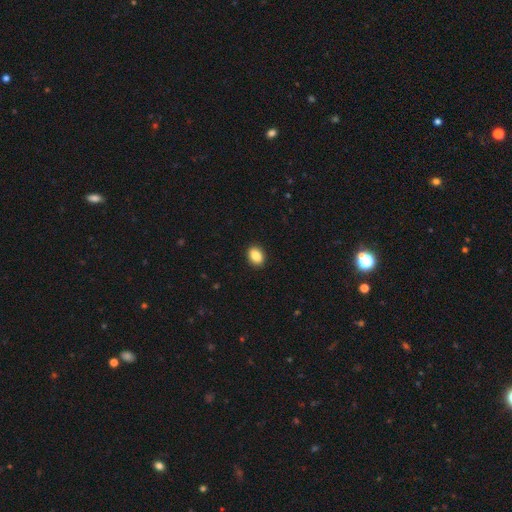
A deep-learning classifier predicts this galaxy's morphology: Q: Smooth or featured?
A: smooth (87%); runner-up: star or artifact (8%)
Q: How rounded?
A: in between (76%); runner-up: round (22%)
Q: Merging?
A: none (91%); runner-up: minor disturbance (6%)